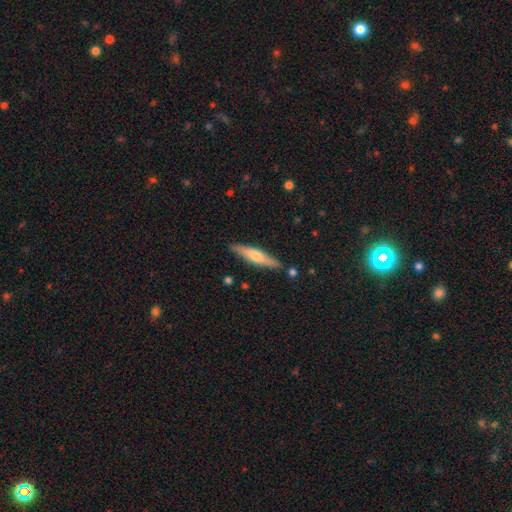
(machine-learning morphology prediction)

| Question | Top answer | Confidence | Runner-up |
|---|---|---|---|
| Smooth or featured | featured or disk | 49% | smooth (45%) |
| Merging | none | 87% | minor disturbance (9%) |